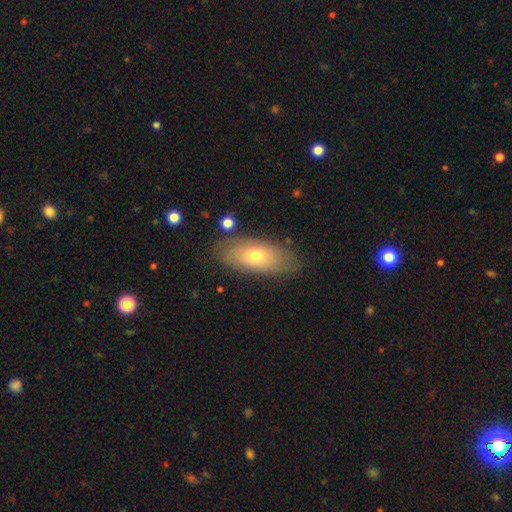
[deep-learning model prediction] A smooth galaxy with no disk features (67%) that is in between round and cigar-shaped (86%).

Vote fractions:
- Smooth or featured? smooth: 67% / featured or disk: 26% / star or artifact: 7%
- How rounded? in between: 86% / cigar-shaped: 10% / round: 4%
- Merging? none: 79% / minor disturbance: 15% / major disturbance: 4% / merger: 2%